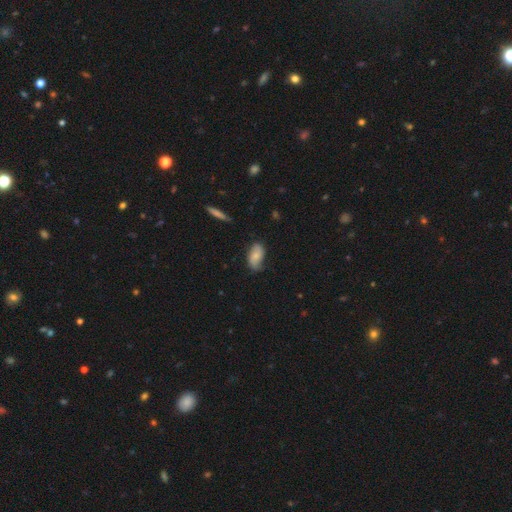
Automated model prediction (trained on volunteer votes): Smooth or featured: smooth — 73% (featured or disk — 20%)
How rounded: in between — 92% (cigar-shaped — 4%)
Merging: none — 67% (minor disturbance — 26%)